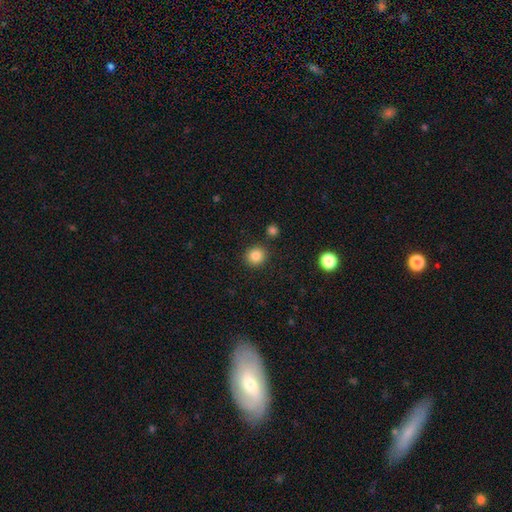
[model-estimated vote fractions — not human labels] Smooth or featured: smooth — 86% (star or artifact — 10%)
How rounded: round — 90% (in between — 9%)
Merging: none — 88% (minor disturbance — 6%)